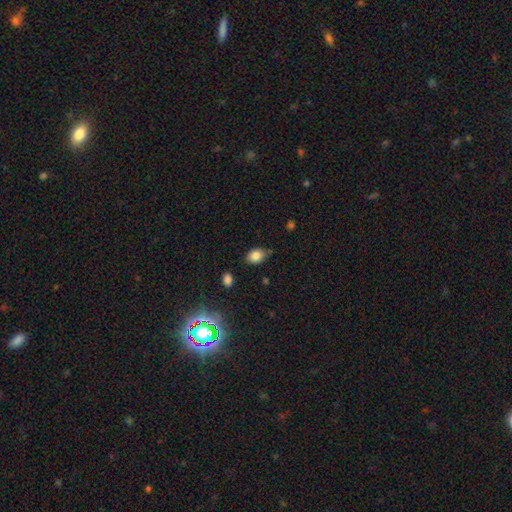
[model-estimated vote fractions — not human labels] smooth-or-featured: smooth: 83% | star or artifact: 10% | featured or disk: 7%
  how-rounded: in between: 70% | round: 28% | cigar-shaped: 1%
  merging: none: 71% | minor disturbance: 22% | major disturbance: 4% | merger: 3%